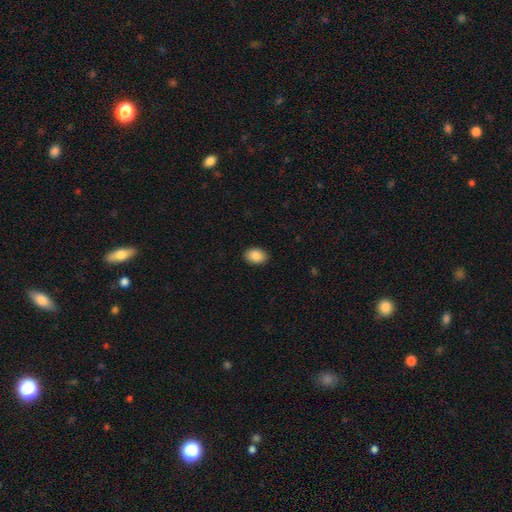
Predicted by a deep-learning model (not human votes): smooth_or_featured: smooth (p=0.89) [alt: star or artifact p=0.07]
how_rounded: in between (p=0.81) [alt: round p=0.18]
merging: none (p=0.89) [alt: minor disturbance p=0.08]